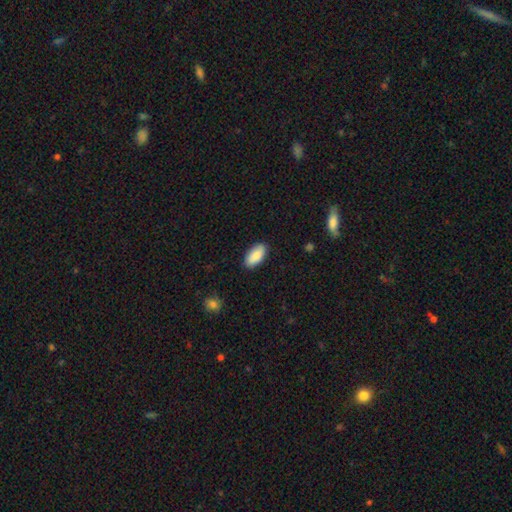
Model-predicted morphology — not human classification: type=smooth (87%); roundness=in between (93%); merging=none (87%).